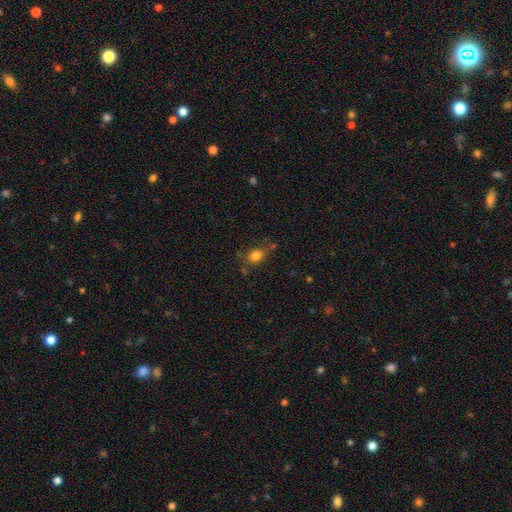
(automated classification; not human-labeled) smooth 79%, star or artifact 12%, featured or disk 9%. Down the decision tree: how rounded — round (52%); merging — none (64%).